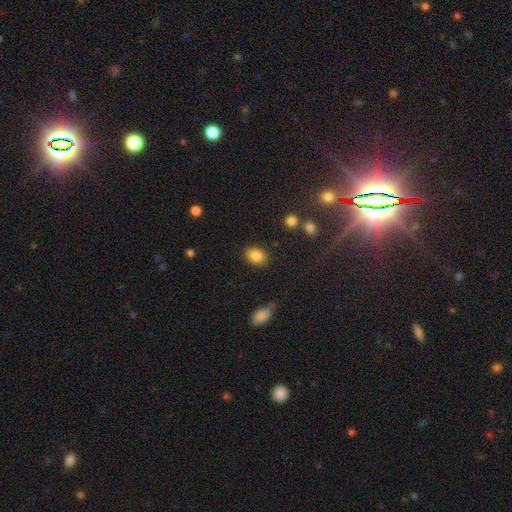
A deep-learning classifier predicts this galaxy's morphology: A smooth galaxy with no disk features (85%) that is in between round and cigar-shaped (68%).

Vote fractions:
- Smooth or featured? smooth: 85% / star or artifact: 9% / featured or disk: 7%
- How rounded? in between: 68% / round: 31% / cigar-shaped: 1%
- Merging? none: 86% / minor disturbance: 10% / major disturbance: 3% / merger: 2%